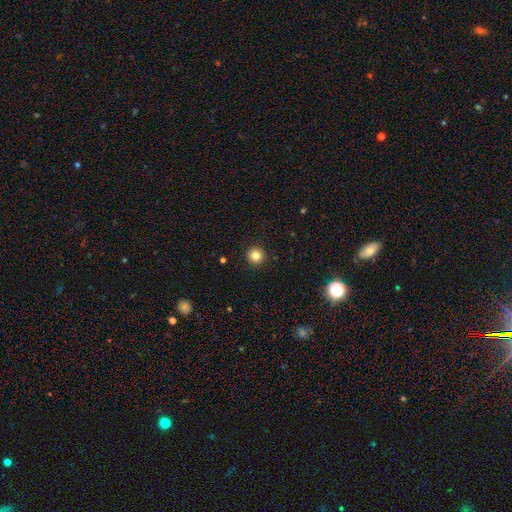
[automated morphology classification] This appears to be a smooth galaxy with no disk features (82%) that is round (96%). Merging: none (93%).